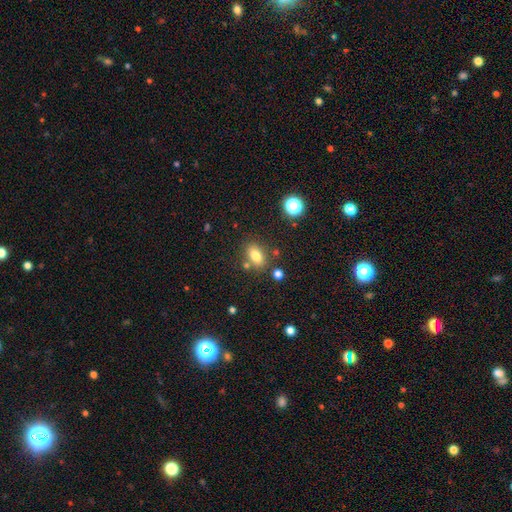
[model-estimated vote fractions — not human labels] Morphology: type=smooth (78%); roundness=in between (82%); merging=none (75%).